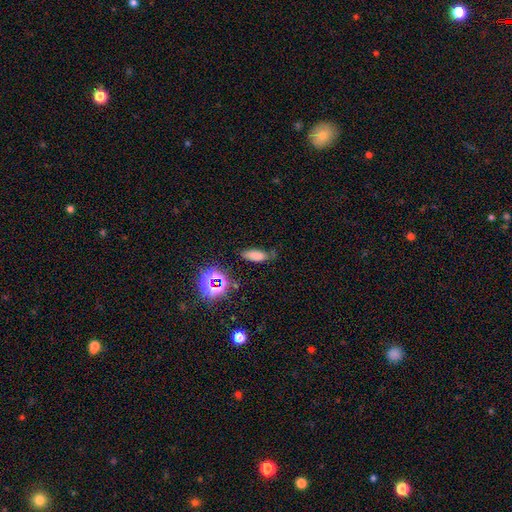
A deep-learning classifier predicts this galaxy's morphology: This appears to be a smooth galaxy with no disk features (73%) that is in between round and cigar-shaped (70%). Merging: none (70%).